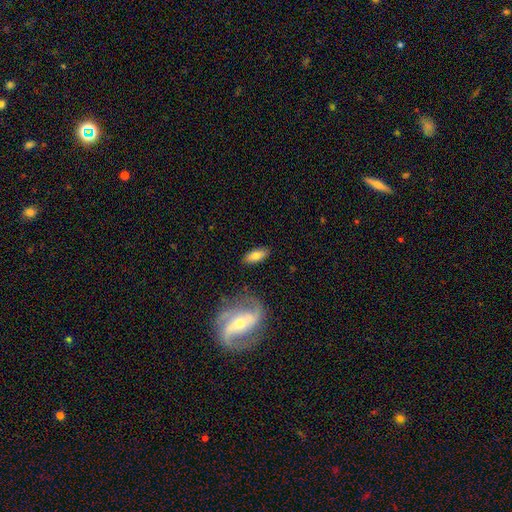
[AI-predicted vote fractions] Smooth or featured? Predicted: smooth (p=0.73). How rounded? Predicted: in between (p=0.82). Merging? Predicted: none (p=0.82).